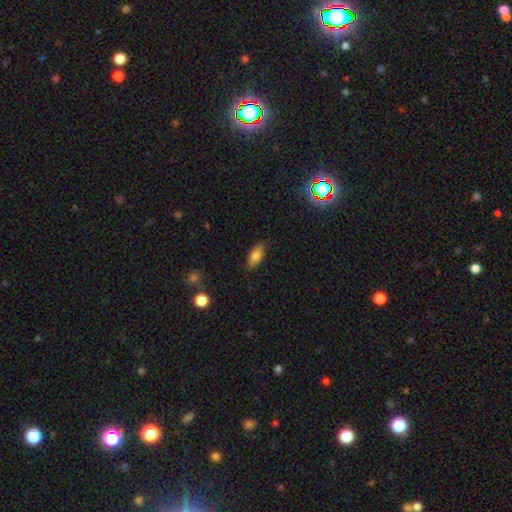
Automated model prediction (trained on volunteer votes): Smooth or featured? smooth (81%)
How rounded? in between (83%)
Merging? none (83%)